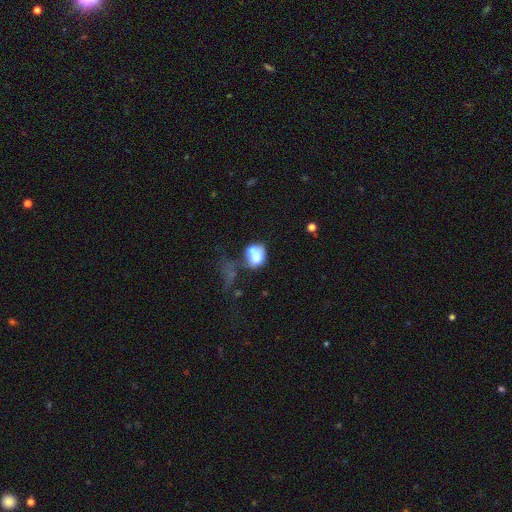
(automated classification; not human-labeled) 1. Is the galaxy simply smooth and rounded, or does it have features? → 66% smooth, 23% featured or disk, 10% star or artifact.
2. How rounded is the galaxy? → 50% round, 48% in between, 1% cigar-shaped.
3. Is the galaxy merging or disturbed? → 44% merger, 21% none, 20% major disturbance, 15% minor disturbance.